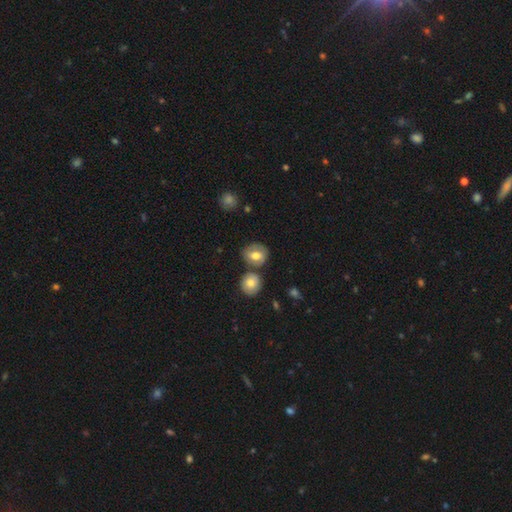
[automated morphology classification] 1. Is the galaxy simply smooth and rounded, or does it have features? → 56% smooth, 28% star or artifact, 16% featured or disk.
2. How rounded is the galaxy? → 69% round, 28% in between, 2% cigar-shaped.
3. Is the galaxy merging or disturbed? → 62% none, 23% merger, 10% minor disturbance, 5% major disturbance.